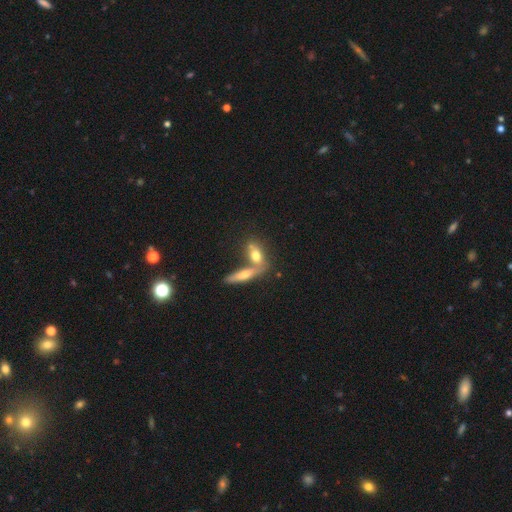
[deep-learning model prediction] Q: Smooth or featured?
A: smooth (61%); runner-up: featured or disk (30%)
Q: How rounded?
A: in between (62%); runner-up: cigar-shaped (27%)
Q: Merging?
A: merger (52%); runner-up: none (34%)